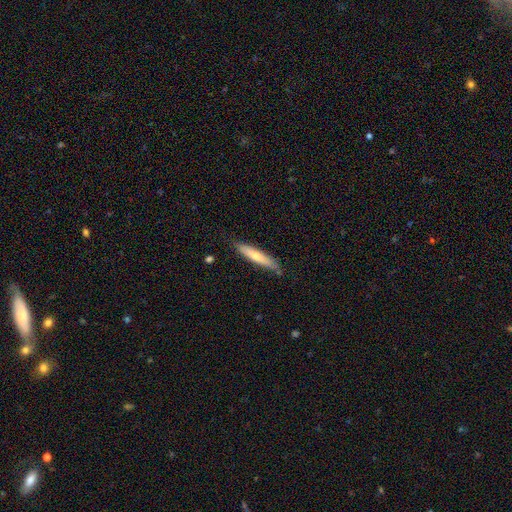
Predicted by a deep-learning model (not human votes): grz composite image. It shows a smooth galaxy with no disk features (60%) that is cigar-shaped (86%). Merging: none (81%).